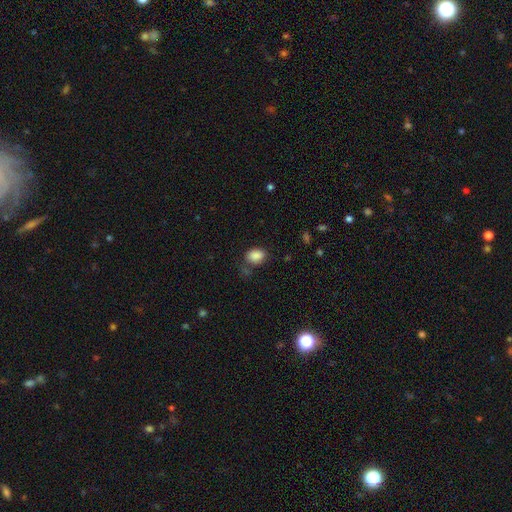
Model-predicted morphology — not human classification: Overall: smooth (86%). How rounded: in between (72%). Merging: none (67%).